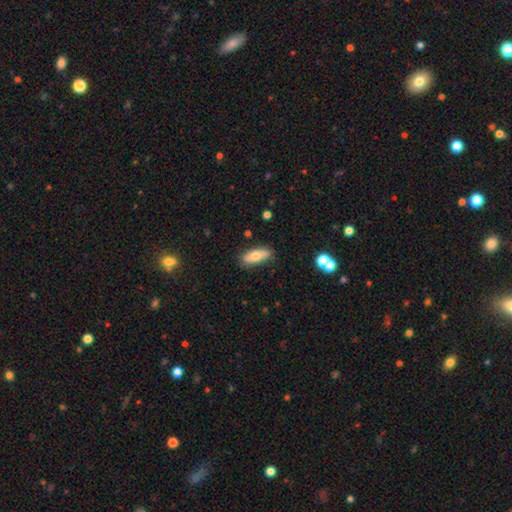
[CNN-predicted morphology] This appears to be a smooth galaxy with no disk features (68%) that is in between round and cigar-shaped (71%). Merging: none (80%).